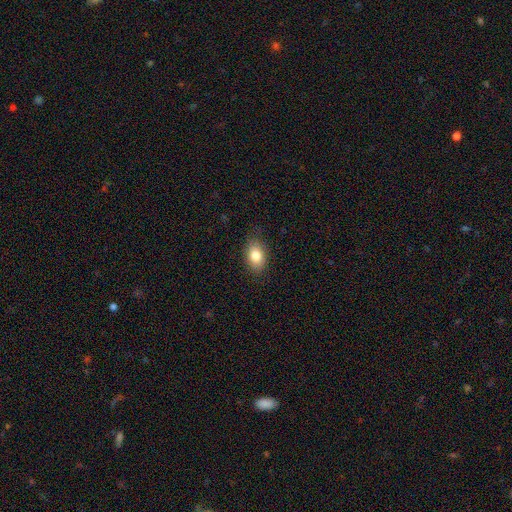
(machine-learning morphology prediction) Smooth or featured?
  - smooth: 83% *
  - featured or disk: 9%
  - star or artifact: 8%
How rounded?
  - in between: 86% *
  - round: 12%
  - cigar-shaped: 2%
Merging?
  - none: 83% *
  - minor disturbance: 13%
  - major disturbance: 3%
  - merger: 1%